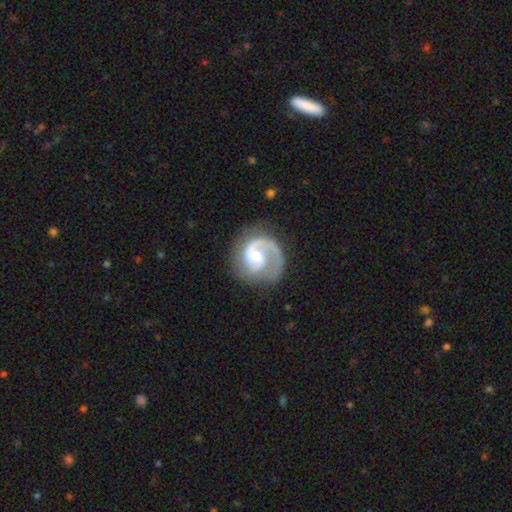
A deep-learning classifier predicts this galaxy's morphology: featured or disk 88%, smooth 8%, star or artifact 4%. Down the decision tree: edge-on disk — no (98%); bar — no (55%); spiral arms — yes (97%); spiral arm count — 1 (47%); spiral winding — medium (46%); bulge size — moderate (48%); merging — none (72%).